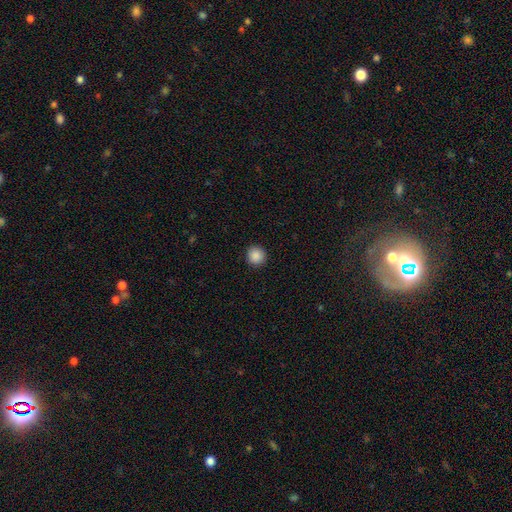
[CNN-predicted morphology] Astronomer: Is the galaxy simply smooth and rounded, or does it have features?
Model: smooth — 88%.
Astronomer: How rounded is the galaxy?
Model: round — 93%.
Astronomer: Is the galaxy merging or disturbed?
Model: none — 92%.